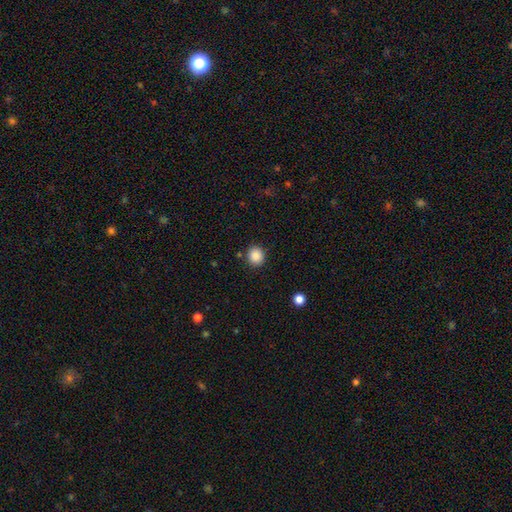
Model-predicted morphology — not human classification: Smooth or featured? Predicted: smooth (p=0.88). How rounded? Predicted: round (p=0.82). Merging? Predicted: none (p=0.88).